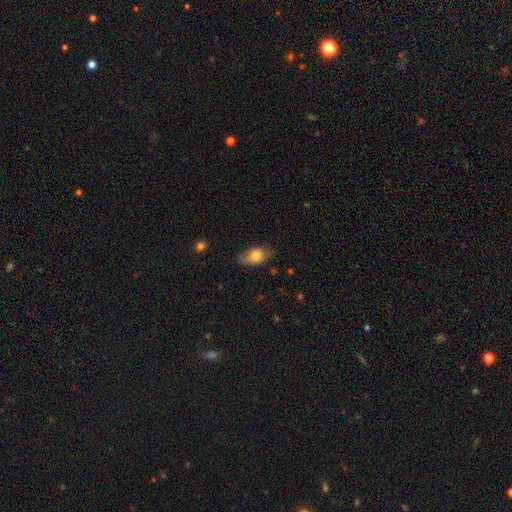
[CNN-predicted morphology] Overall: smooth (75%). How rounded: in between (90%). Merging: none (70%).